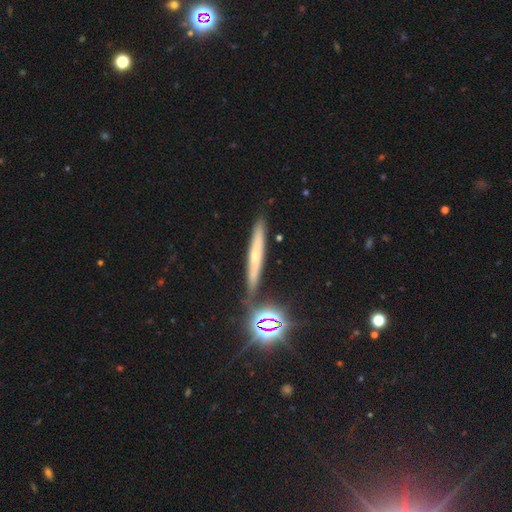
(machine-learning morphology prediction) This appears to be a featured or disk galaxy (42%). Merging: none (84%).